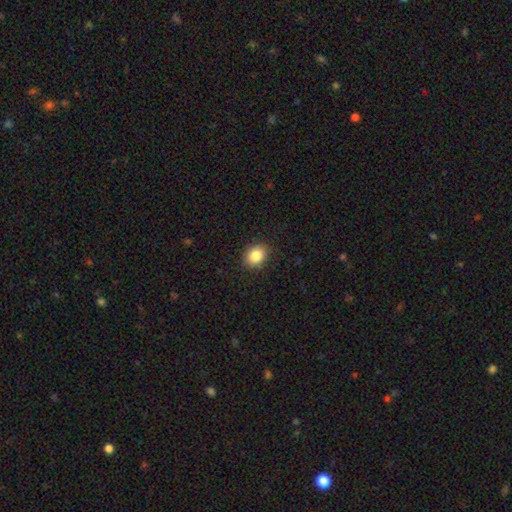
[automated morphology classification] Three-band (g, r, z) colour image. It shows a smooth galaxy with no disk features (85%) that is in between round and cigar-shaped (53%). Merging: none (88%).